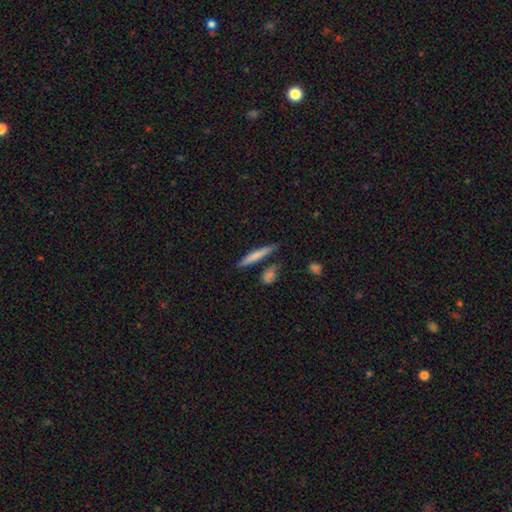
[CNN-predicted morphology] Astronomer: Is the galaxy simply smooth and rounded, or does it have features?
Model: smooth — 71%.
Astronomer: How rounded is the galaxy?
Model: cigar-shaped — 92%.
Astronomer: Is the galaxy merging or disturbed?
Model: none — 80%.